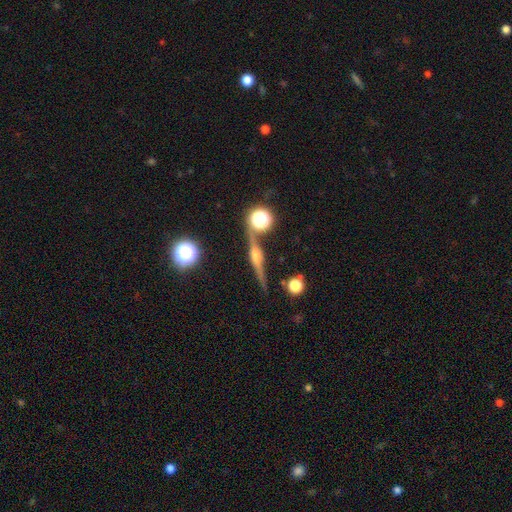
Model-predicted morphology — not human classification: Smooth or featured? Predicted: featured or disk (p=0.78). Edge-on disk? Predicted: yes (p=0.96). Edge-on bulge? Predicted: rounded (p=0.87). Merging? Predicted: none (p=0.84).